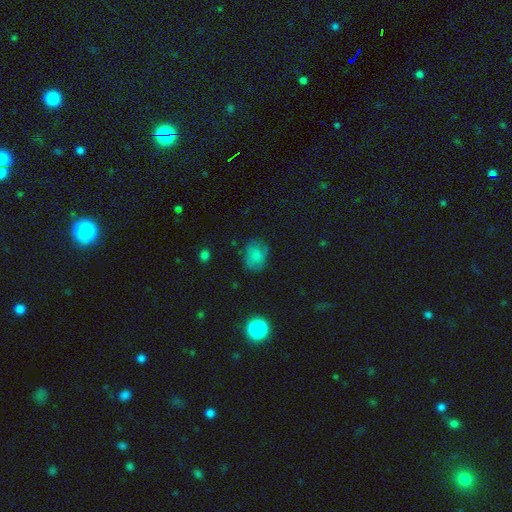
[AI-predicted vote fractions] Smooth or featured? Predicted: smooth (p=0.78). How rounded? Predicted: in between (p=0.53). Merging? Predicted: none (p=0.68).